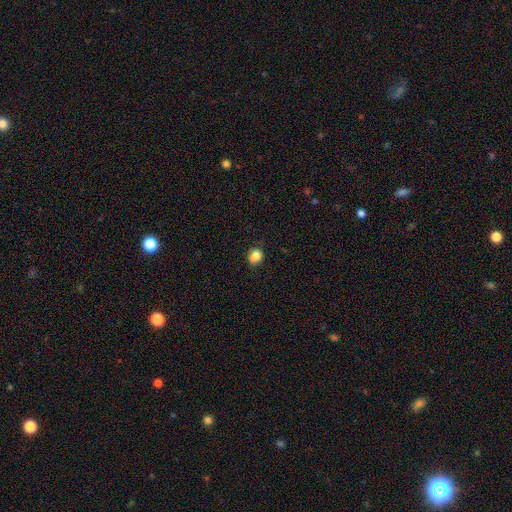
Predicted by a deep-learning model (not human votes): Smooth or featured? smooth (84%)
How rounded? round (77%)
Merging? none (76%)